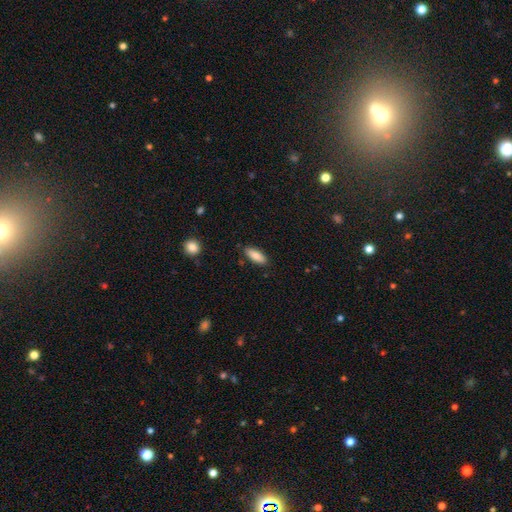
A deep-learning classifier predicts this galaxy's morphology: Overall: smooth (86%). How rounded: in between (71%). Merging: none (86%).